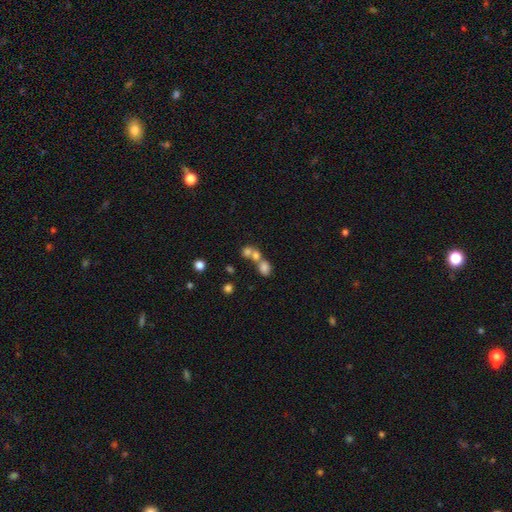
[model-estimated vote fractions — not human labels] The model was most divided on "how rounded": round: 59%, in between: 39%, cigar-shaped: 2%. More confident: smooth or featured — smooth (70%); merging — merger (63%).